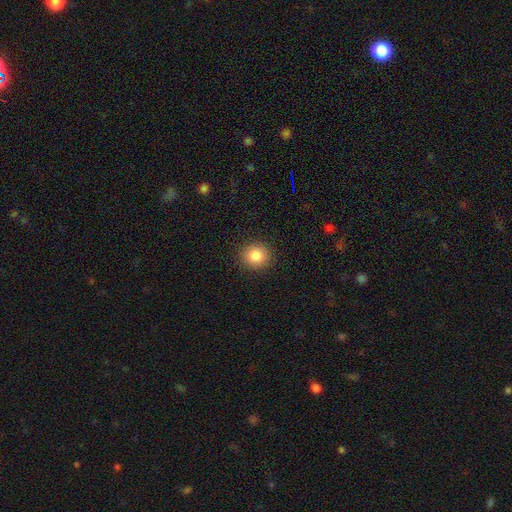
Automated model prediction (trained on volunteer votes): smooth 86%, star or artifact 9%, featured or disk 5%. Down the decision tree: how rounded — round (88%); merging — none (91%).